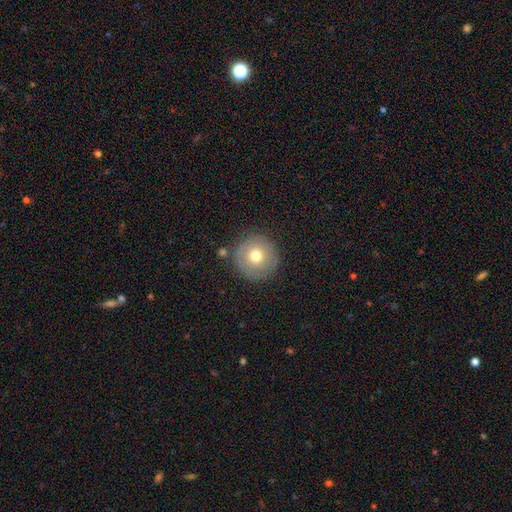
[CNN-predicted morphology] The model was most divided on "smooth or featured": smooth: 68%, featured or disk: 22%, star or artifact: 10%. More confident: how rounded — round (96%); merging — none (83%).